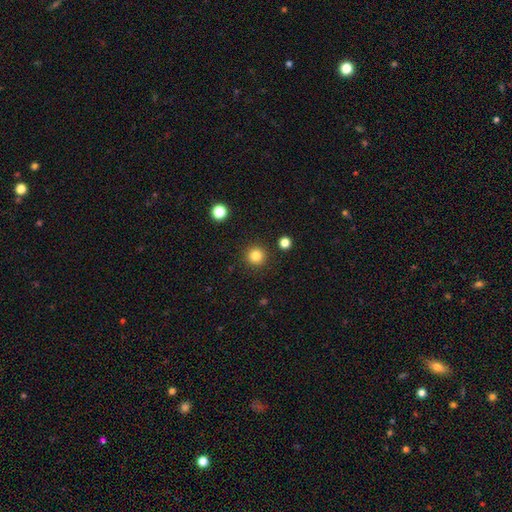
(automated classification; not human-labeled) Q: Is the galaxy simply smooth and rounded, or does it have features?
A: smooth — 83%.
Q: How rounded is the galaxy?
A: round — 95%.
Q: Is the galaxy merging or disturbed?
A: none — 91%.